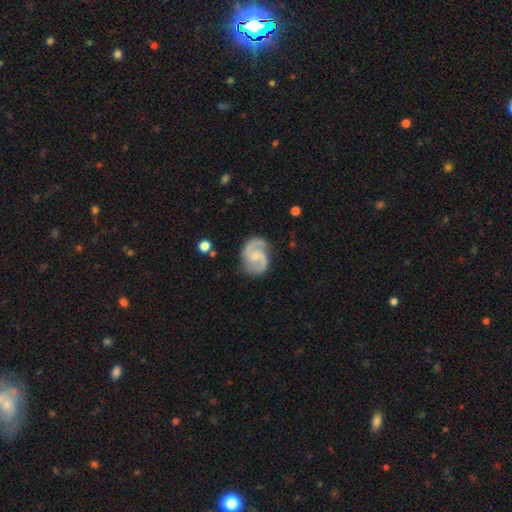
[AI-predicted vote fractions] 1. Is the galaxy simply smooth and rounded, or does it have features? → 88% featured or disk, 8% smooth, 4% star or artifact.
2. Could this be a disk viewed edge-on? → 98% no, 2% yes.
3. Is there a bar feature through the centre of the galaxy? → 48% no, 44% weak, 7% strong.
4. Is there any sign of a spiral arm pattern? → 97% yes, 3% no.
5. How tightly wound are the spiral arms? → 60% medium, 21% loose, 20% tight.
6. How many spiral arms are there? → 93% 2, 2% can't tell, 2% 1, 1% 3, 1% 4, 1% more than 4.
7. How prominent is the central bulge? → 52% small, 33% moderate, 13% none, 2% large, 1% dominant.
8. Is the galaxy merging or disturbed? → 78% none, 15% minor disturbance, 5% major disturbance, 2% merger.